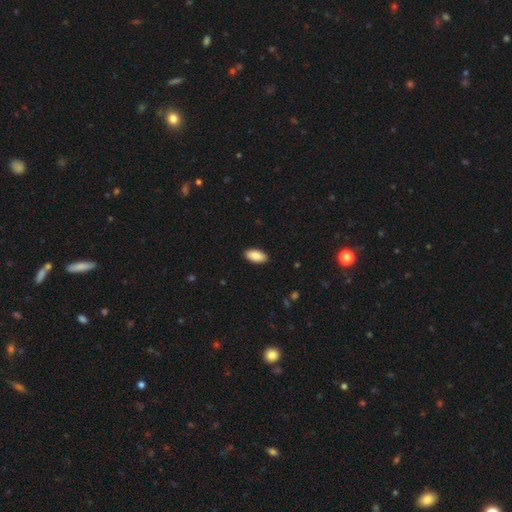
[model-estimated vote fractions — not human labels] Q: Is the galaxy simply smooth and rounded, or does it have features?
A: smooth — 88%.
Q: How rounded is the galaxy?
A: in between — 93%.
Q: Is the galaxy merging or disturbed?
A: none — 90%.